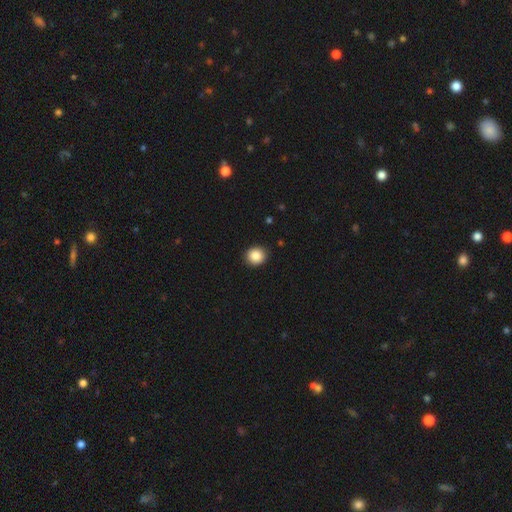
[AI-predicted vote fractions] A smooth galaxy with no disk features (87%) that is round (83%).

Vote fractions:
- Smooth or featured? smooth: 87% / star or artifact: 9% / featured or disk: 4%
- How rounded? round: 83% / in between: 16% / cigar-shaped: 1%
- Merging? none: 91% / minor disturbance: 6% / major disturbance: 2% / merger: 1%